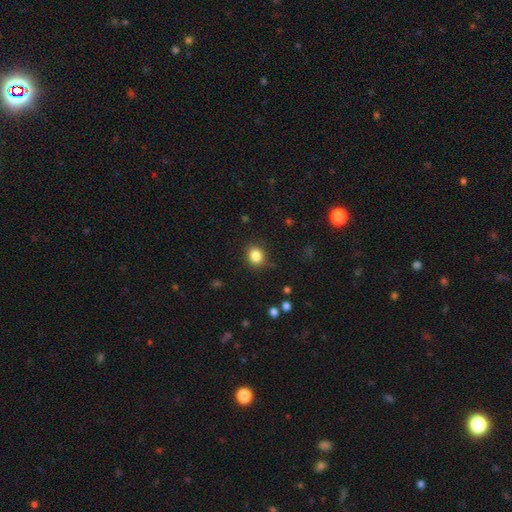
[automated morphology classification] This is clearly a smooth galaxy (85%). How rounded: likely round (74%). Merging: clearly none (86%).